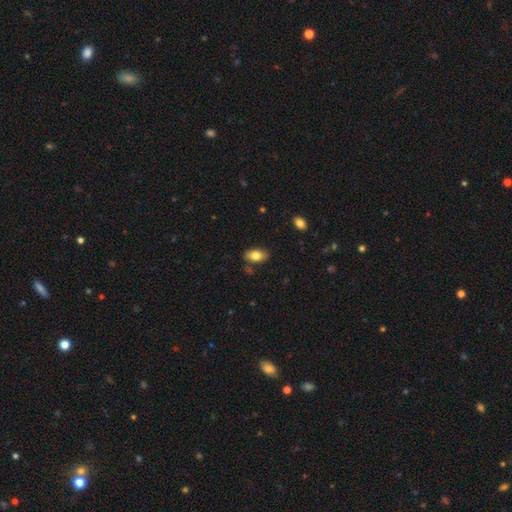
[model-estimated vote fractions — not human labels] A smooth galaxy with no disk features (81%) that is in between round and cigar-shaped (92%).

Vote fractions:
- Smooth or featured? smooth: 81% / featured or disk: 12% / star or artifact: 7%
- How rounded? in between: 92% / round: 5% / cigar-shaped: 3%
- Merging? none: 83% / minor disturbance: 11% / merger: 3% / major disturbance: 2%